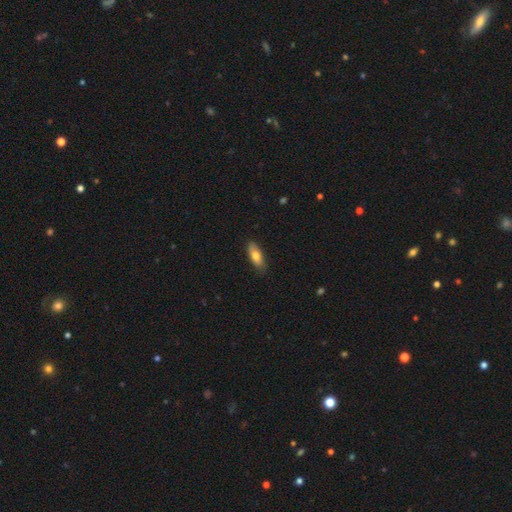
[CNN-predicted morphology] This appears to be a smooth galaxy with no disk features (73%) that is in between round and cigar-shaped (72%). Merging: none (82%).